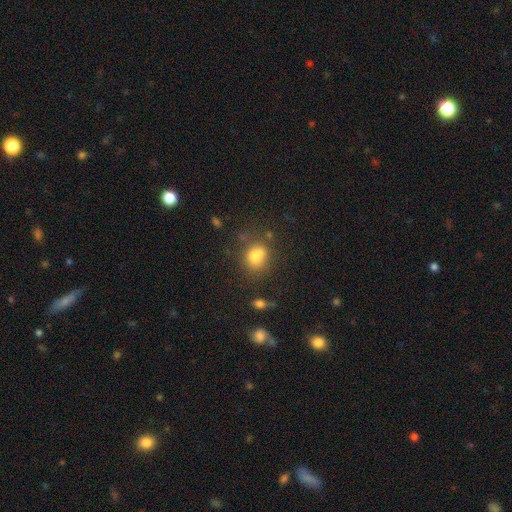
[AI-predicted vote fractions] A smooth galaxy with no disk features (73%) that is round (56%). Merging: none (49%).